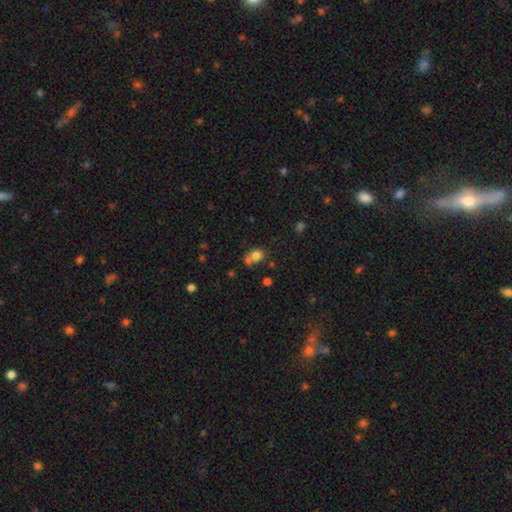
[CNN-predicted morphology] This appears to be a smooth galaxy with no disk features (77%) that is round (72%). Merging: none (45%).